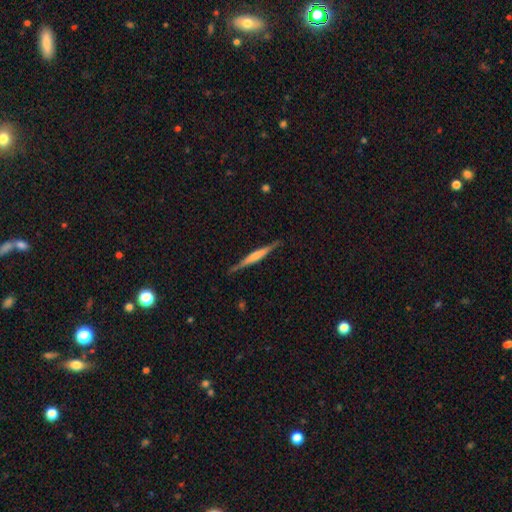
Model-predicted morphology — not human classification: Smooth or featured: featured or disk — 60% (smooth — 34%)
Edge-on disk: yes — 97% (no — 3%)
Edge-on bulge: rounded — 41% (none — 33%)
Merging: none — 86% (minor disturbance — 11%)